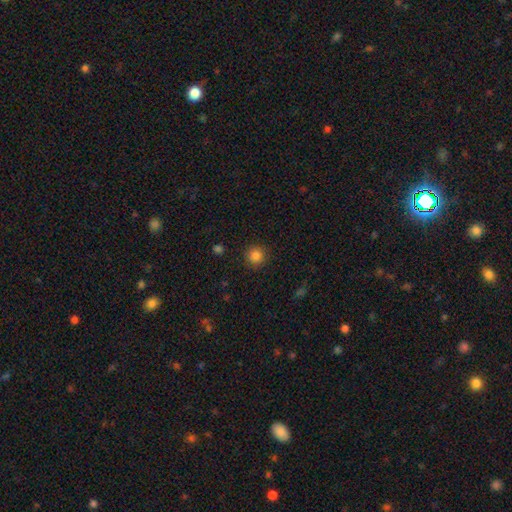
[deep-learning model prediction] This is clearly a smooth galaxy (84%). How rounded: clearly round (94%). Merging: clearly none (90%).